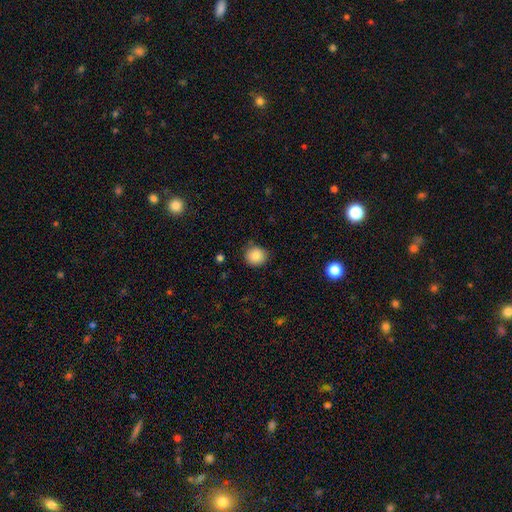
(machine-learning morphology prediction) smooth_or_featured: smooth (p=0.87) [alt: star or artifact p=0.09]
how_rounded: round (p=0.89) [alt: in between p=0.11]
merging: none (p=0.85) [alt: minor disturbance p=0.11]